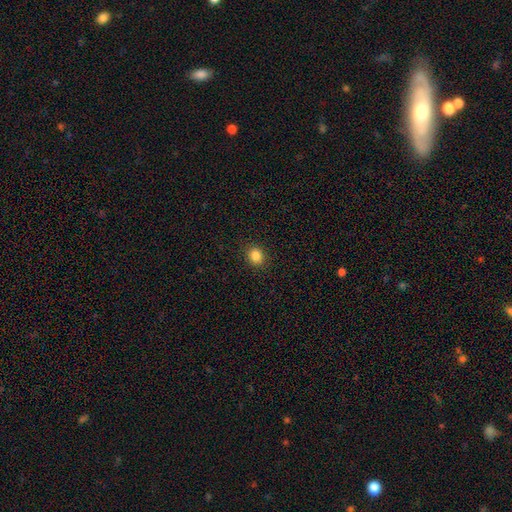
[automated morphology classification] type=smooth (84%); roundness=round (71%); merging=none (90%).